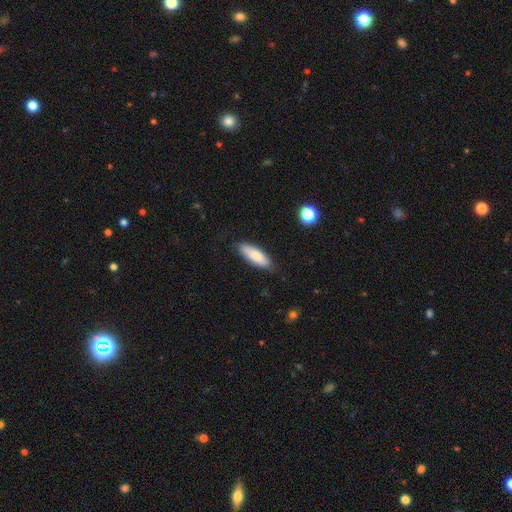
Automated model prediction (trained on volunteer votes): smooth-or-featured: smooth: 82% | featured or disk: 12% | star or artifact: 6%
  how-rounded: in between: 61% | cigar-shaped: 37% | round: 2%
  merging: none: 82% | minor disturbance: 14% | major disturbance: 2% | merger: 1%